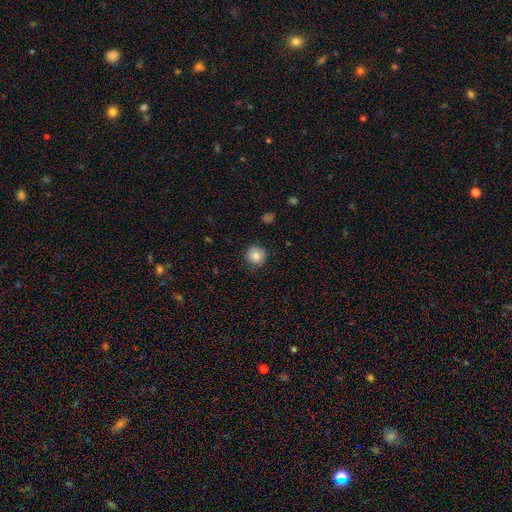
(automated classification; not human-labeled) This appears to be a smooth galaxy with no disk features (83%) that is round (91%). Merging: none (82%).